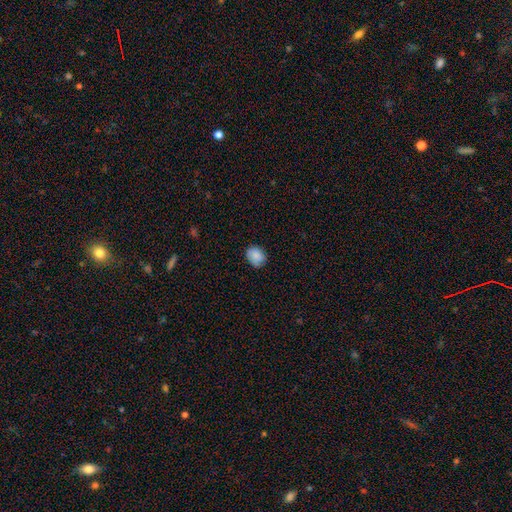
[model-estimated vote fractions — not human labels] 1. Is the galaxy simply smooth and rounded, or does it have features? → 82% smooth, 10% featured or disk, 8% star or artifact.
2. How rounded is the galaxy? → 55% round, 45% in between, 1% cigar-shaped.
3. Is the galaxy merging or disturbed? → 75% none, 20% minor disturbance, 4% major disturbance, 1% merger.